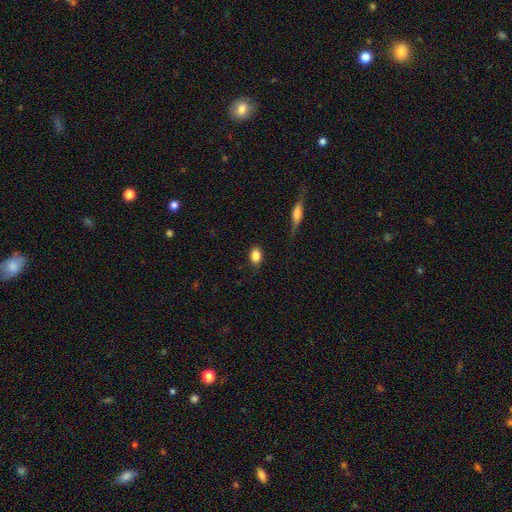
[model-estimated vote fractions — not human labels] Morphology: type=smooth (85%); roundness=in between (73%); merging=none (82%).